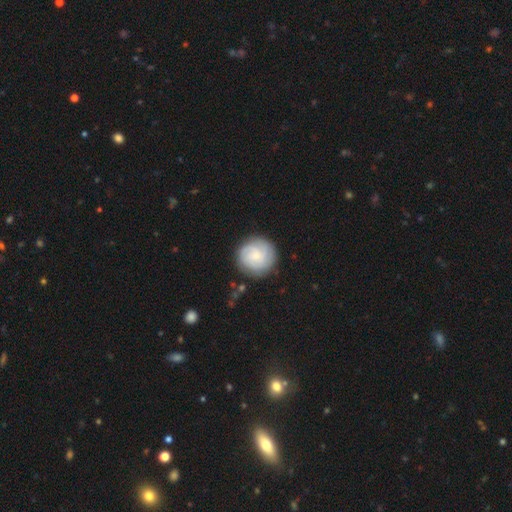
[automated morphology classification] A featured or disk galaxy (59%) with no bar (68%), can't tell (30%, tied with 3) tight (68%) spiral arms (94%) and a small central bulge (62%).

Vote fractions:
- Smooth or featured? featured or disk: 59% / smooth: 34% / star or artifact: 7%
- Edge-on disk? no: 98% / yes: 2%
- Bar? no: 68% / weak: 28% / strong: 3%
- Spiral arms? yes: 94% / no: 6%
- Spiral winding? tight: 68% / medium: 25% / loose: 7%
- Spiral arm count? can't tell: 30% (tied) / 3: 30% (tied) / 2: 15% / 4: 13% / more than 4: 6% / 1: 6%
- Bulge size? small: 62% / moderate: 23% / none: 11% / large: 3% / dominant: 1%
- Merging? none: 84% / minor disturbance: 11% / major disturbance: 4% / merger: 1%